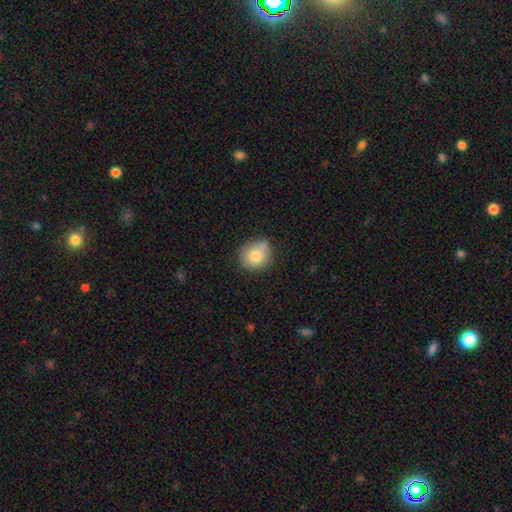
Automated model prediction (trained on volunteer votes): Morphology: type=smooth (78%); roundness=round (74%); merging=none (60%).